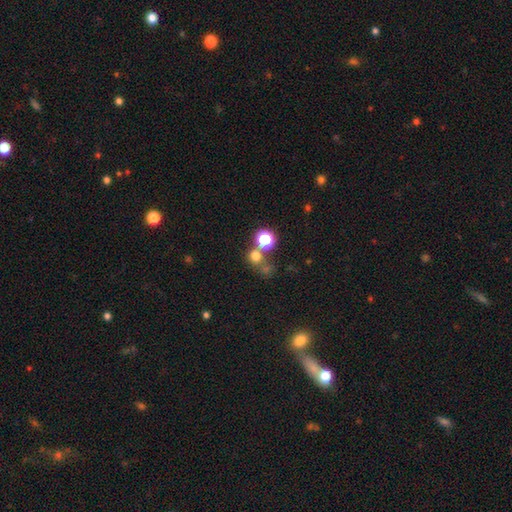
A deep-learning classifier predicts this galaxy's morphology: smooth 66%, star or artifact 26%, featured or disk 8%. Down the decision tree: how rounded — round (88%); merging — none (59%).